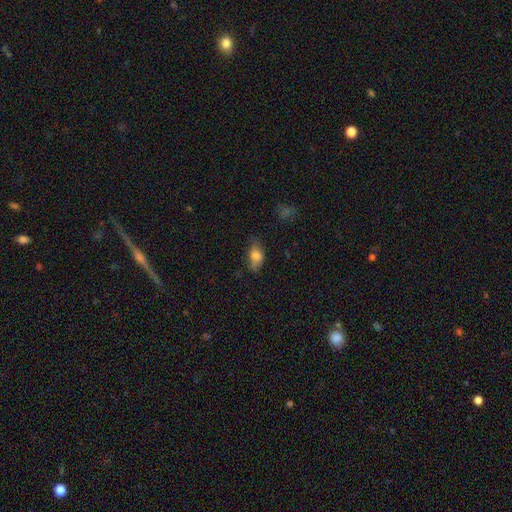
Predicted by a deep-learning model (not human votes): smooth_or_featured: smooth (p=0.78) [alt: featured or disk p=0.13]
how_rounded: in between (p=0.87) [alt: round p=0.08]
merging: none (p=0.66) [alt: minor disturbance p=0.26]